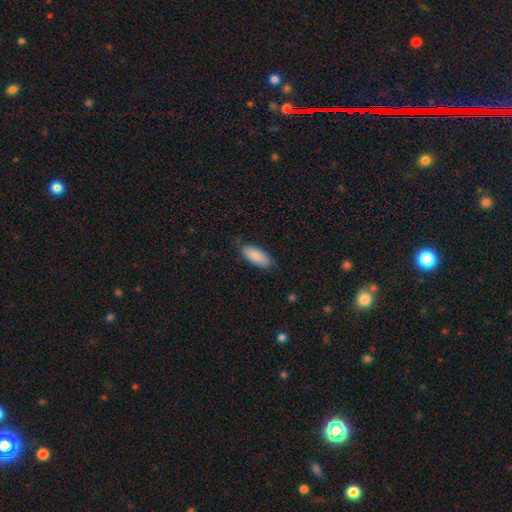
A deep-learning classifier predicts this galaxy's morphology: Q: Smooth or featured?
A: smooth (88%); runner-up: featured or disk (6%)
Q: How rounded?
A: in between (85%); runner-up: cigar-shaped (13%)
Q: Merging?
A: none (79%); runner-up: minor disturbance (16%)